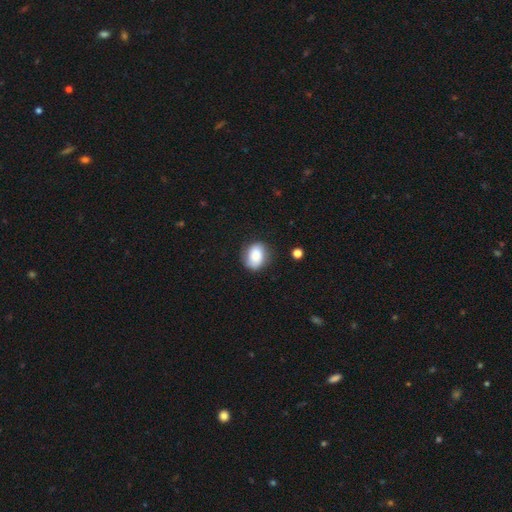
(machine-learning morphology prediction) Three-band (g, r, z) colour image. It shows a smooth galaxy with no disk features (81%) that is in between round and cigar-shaped (67%). Merging: none (72%).